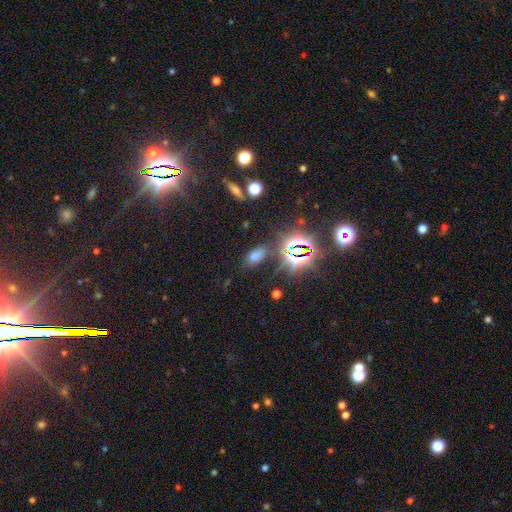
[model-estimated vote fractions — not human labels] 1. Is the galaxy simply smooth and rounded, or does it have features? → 57% smooth, 35% star or artifact, 8% featured or disk.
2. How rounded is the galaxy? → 89% in between, 8% round, 3% cigar-shaped.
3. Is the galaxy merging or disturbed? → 75% none, 14% minor disturbance, 6% major disturbance, 5% merger.